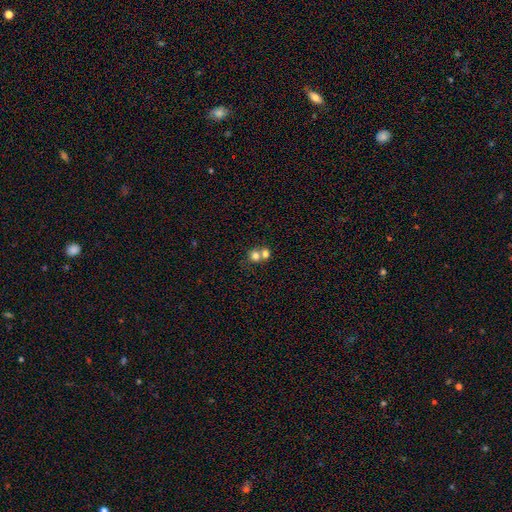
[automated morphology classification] The model was most divided on "merging": merger: 59%, none: 33%, minor disturbance: 5%, major disturbance: 3%. More confident: how rounded — round (79%); smooth or featured — smooth (75%).